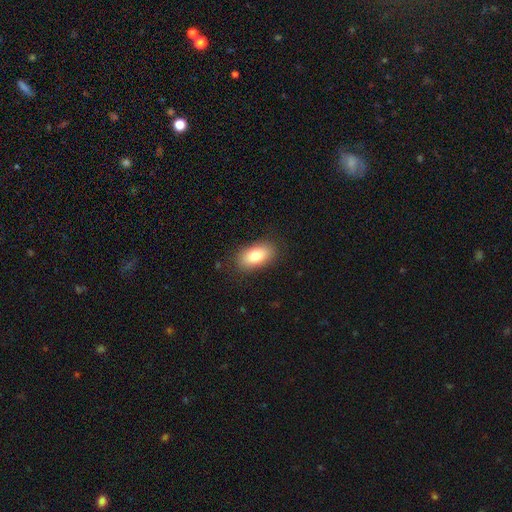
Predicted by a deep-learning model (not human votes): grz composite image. It shows a smooth galaxy with no disk features (80%) that is in between round and cigar-shaped (91%). Merging: none (86%).